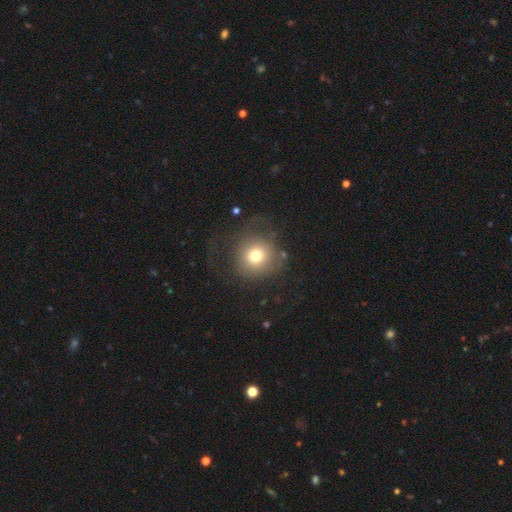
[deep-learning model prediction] Smooth or featured?
  - smooth: 70% *
  - featured or disk: 17%
  - star or artifact: 13%
How rounded?
  - round: 90% *
  - in between: 9%
  - cigar-shaped: 1%
Merging?
  - none: 56% *
  - major disturbance: 24%
  - minor disturbance: 17%
  - merger: 2%